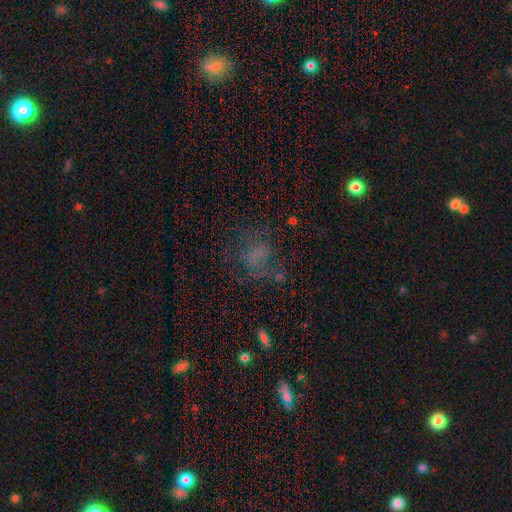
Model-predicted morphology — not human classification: smooth_or_featured: smooth (p=0.45) [alt: featured or disk p=0.30]
merging: none (p=0.52) [alt: major disturbance p=0.26]